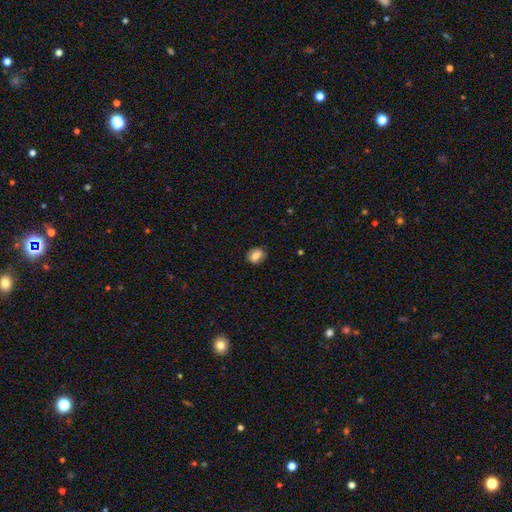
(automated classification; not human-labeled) A smooth galaxy with no disk features (72%) that is in between round and cigar-shaped (51%).

Vote fractions:
- Smooth or featured? smooth: 72% / featured or disk: 19% / star or artifact: 9%
- How rounded? in between: 51% / round: 47% / cigar-shaped: 1%
- Merging? none: 84% / minor disturbance: 12% / major disturbance: 3% / merger: 1%